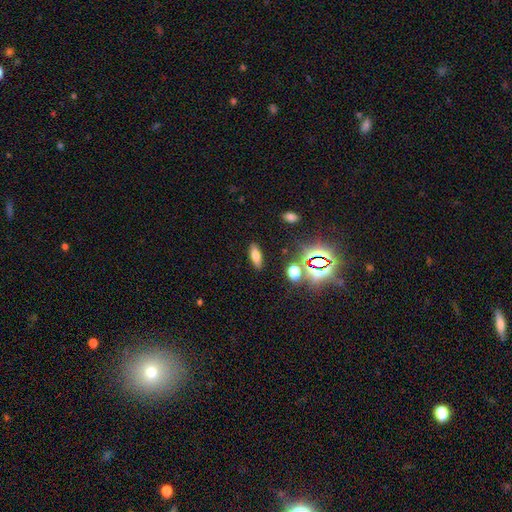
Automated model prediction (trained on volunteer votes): Morphology: type=smooth (59%); roundness=in between (60%); merging=none (87%).